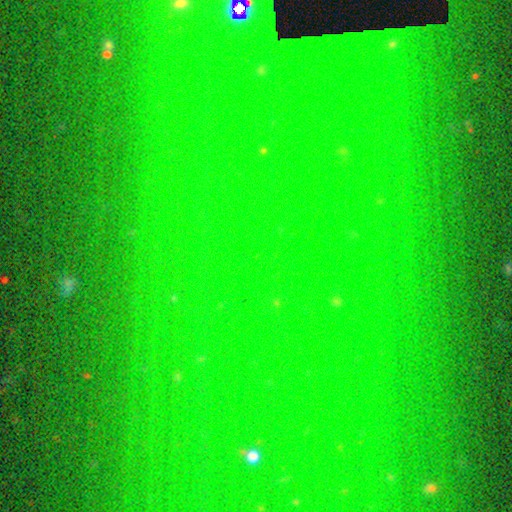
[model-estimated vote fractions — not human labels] This appears to be a star or artifact, not a galaxy (81%).